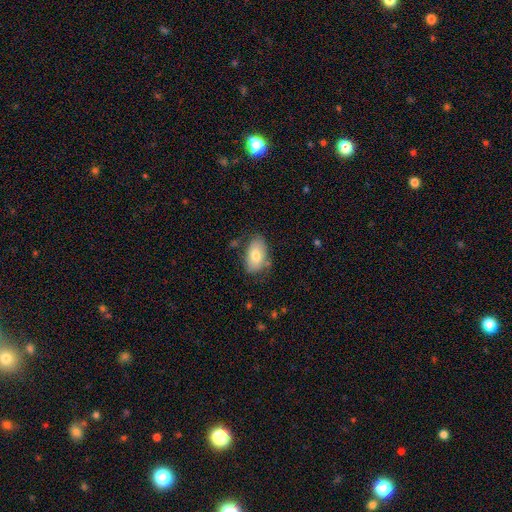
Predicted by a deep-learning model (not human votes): The model was most divided on "merging": none: 68%, minor disturbance: 23%, major disturbance: 5%, merger: 3%. More confident: how rounded — in between (92%); smooth or featured — smooth (76%).